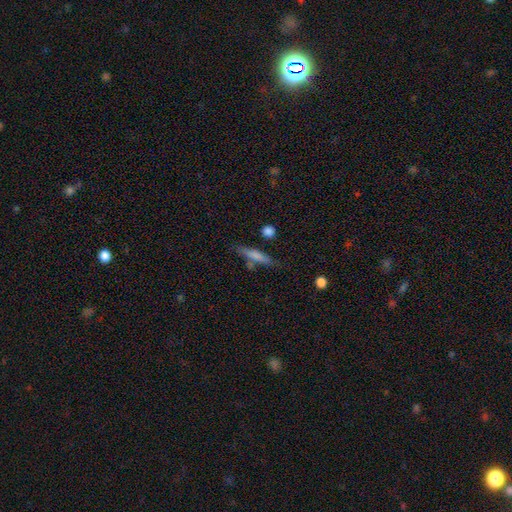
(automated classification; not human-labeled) Smooth or featured? Predicted: smooth (p=0.69). How rounded? Predicted: cigar-shaped (p=0.84). Merging? Predicted: none (p=0.73).